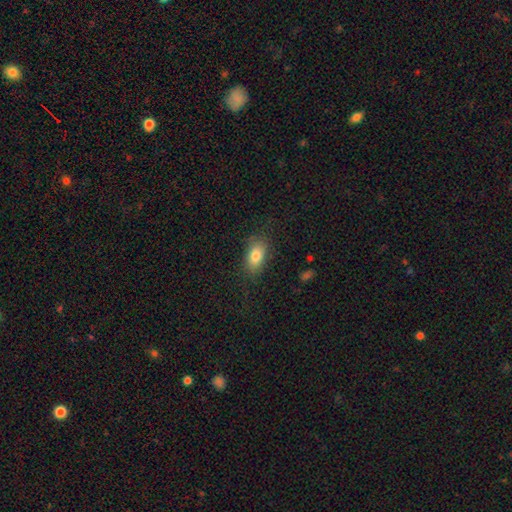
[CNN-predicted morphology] Smooth or featured? smooth (81%)
How rounded? in between (88%)
Merging? none (79%)